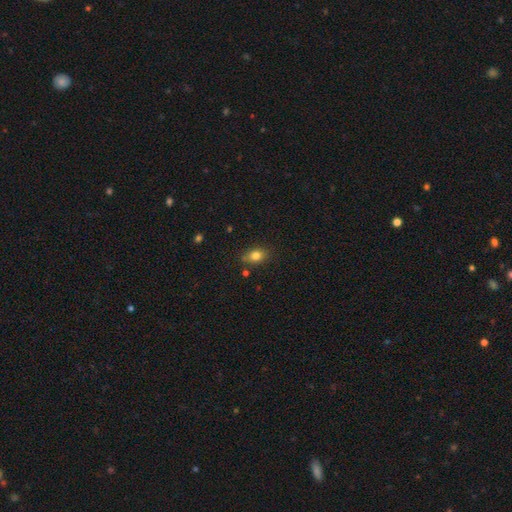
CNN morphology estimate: Q: Smooth or featured?
A: smooth (80%); runner-up: star or artifact (11%)
Q: How rounded?
A: in between (71%); runner-up: round (27%)
Q: Merging?
A: none (77%); runner-up: minor disturbance (16%)